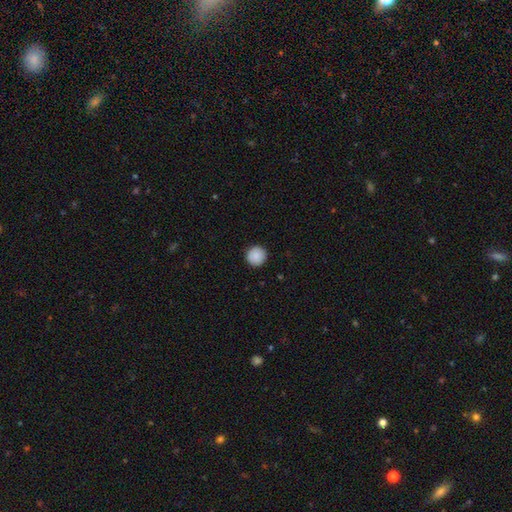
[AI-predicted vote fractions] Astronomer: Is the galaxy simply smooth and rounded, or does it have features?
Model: smooth — 89%.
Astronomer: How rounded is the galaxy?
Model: round — 96%.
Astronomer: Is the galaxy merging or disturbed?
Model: none — 93%.